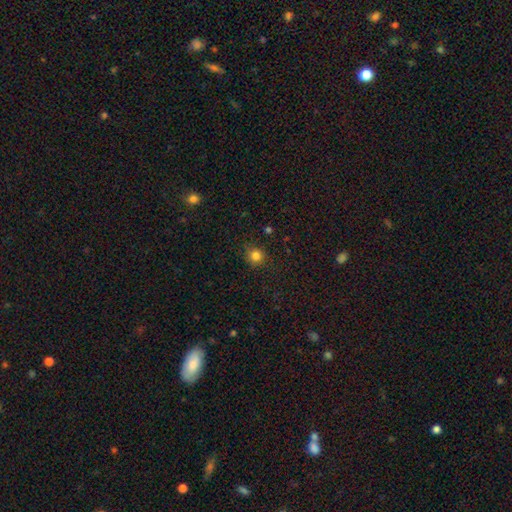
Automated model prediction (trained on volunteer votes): This is clearly a smooth galaxy (83%). How rounded: clearly round (91%). Merging: clearly none (85%).